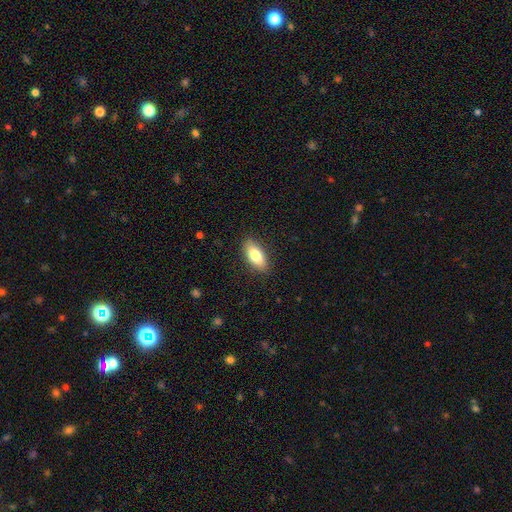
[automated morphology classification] Q: Smooth or featured?
A: smooth (79%); runner-up: featured or disk (14%)
Q: How rounded?
A: in between (85%); runner-up: cigar-shaped (12%)
Q: Merging?
A: none (88%); runner-up: minor disturbance (9%)